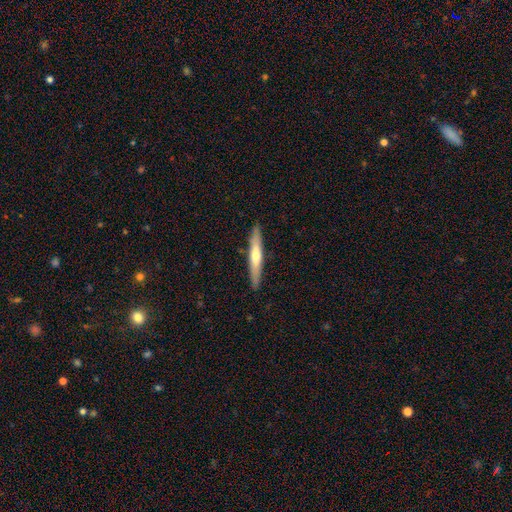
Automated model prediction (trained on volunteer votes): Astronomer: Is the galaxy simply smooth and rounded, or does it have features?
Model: featured or disk — 47%, tied with smooth at 47%.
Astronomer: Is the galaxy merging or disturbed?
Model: none — 88%.